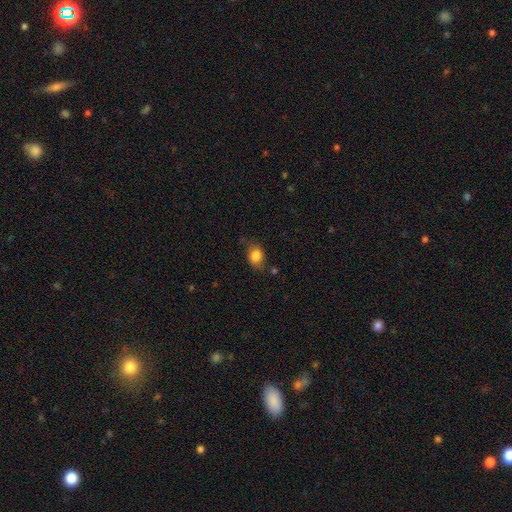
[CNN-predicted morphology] smooth-or-featured: smooth: 82% | featured or disk: 9% | star or artifact: 8%
  how-rounded: in between: 68% | round: 30% | cigar-shaped: 1%
  merging: none: 65% | minor disturbance: 25% | major disturbance: 7% | merger: 3%